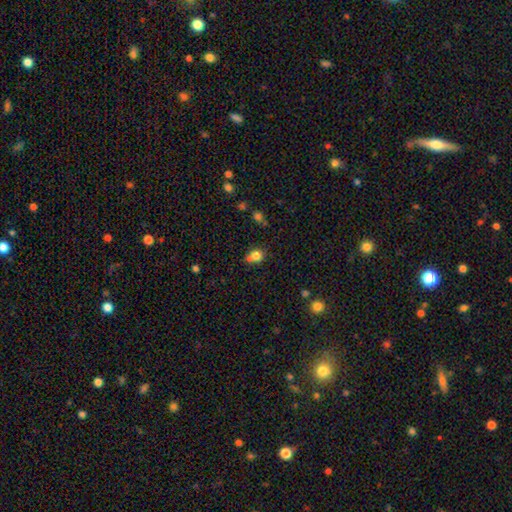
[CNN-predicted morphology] A smooth galaxy with no disk features (79%) that is round (74%).

Vote fractions:
- Smooth or featured? smooth: 79% / star or artifact: 13% / featured or disk: 8%
- How rounded? round: 74% / in between: 24% / cigar-shaped: 1%
- Merging? none: 50% / merger: 28% / minor disturbance: 16% / major disturbance: 6%